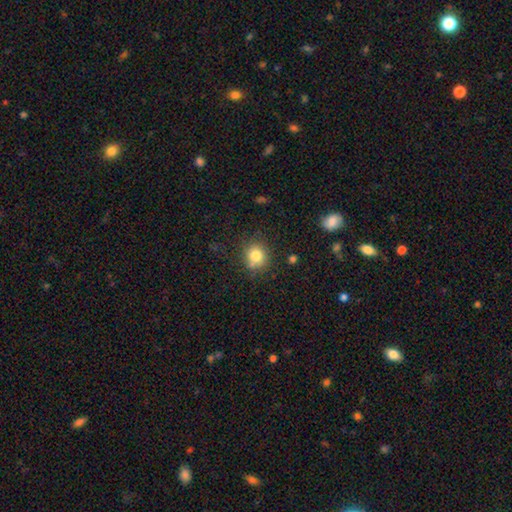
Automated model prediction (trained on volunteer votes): Morphology: type=smooth (80%); roundness=round (84%); merging=none (77%).